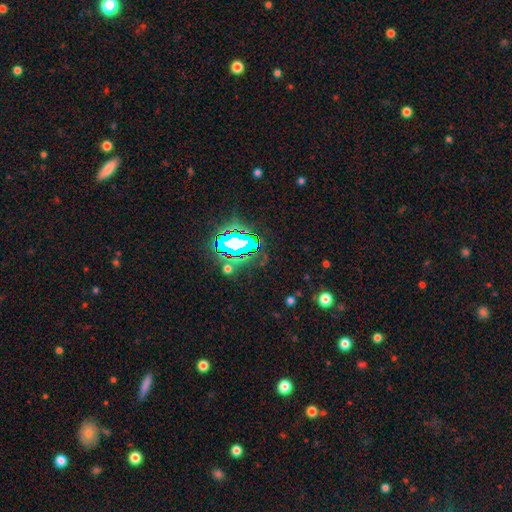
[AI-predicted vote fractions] smooth-or-featured: star or artifact: 79% | smooth: 13% | featured or disk: 8%